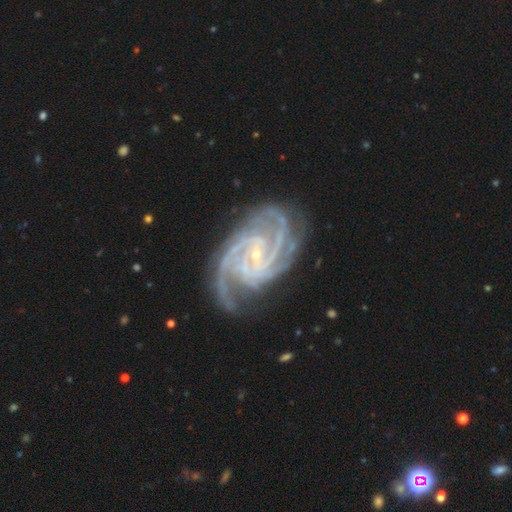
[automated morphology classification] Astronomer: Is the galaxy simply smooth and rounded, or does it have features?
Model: featured or disk — 93%.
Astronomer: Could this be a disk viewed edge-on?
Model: no — 98%.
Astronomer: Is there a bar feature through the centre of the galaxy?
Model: no — 50% (runner-up: weak, 33%).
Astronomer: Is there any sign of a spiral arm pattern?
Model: yes — 99%.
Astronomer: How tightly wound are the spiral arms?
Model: tight — 60% (runner-up: medium, 36%).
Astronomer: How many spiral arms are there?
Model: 3 — 30% (runner-up: 4, 27%).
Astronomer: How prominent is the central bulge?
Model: small — 85%.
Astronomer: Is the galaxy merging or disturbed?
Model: none — 74%.